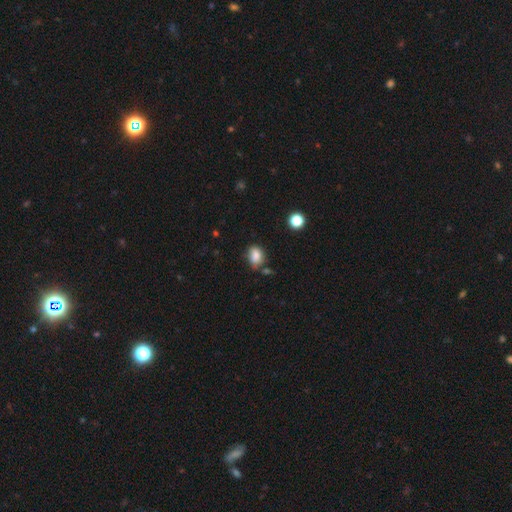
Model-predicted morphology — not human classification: Smooth or featured? Predicted: smooth (p=0.81). How rounded? Predicted: in between (p=0.68). Merging? Predicted: none (p=0.59).